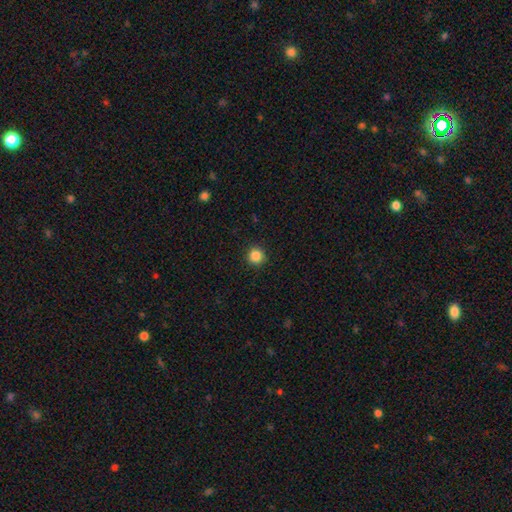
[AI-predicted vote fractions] smooth 86%, star or artifact 11%, featured or disk 3%. Down the decision tree: how rounded — round (95%); merging — none (93%).